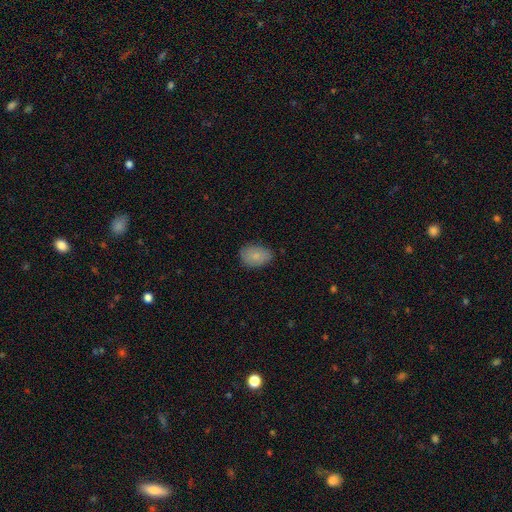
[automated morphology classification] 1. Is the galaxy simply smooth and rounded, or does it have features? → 80% smooth, 12% featured or disk, 8% star or artifact.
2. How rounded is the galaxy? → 83% in between, 16% round, 1% cigar-shaped.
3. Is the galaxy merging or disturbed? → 75% none, 21% minor disturbance, 3% major disturbance, 1% merger.